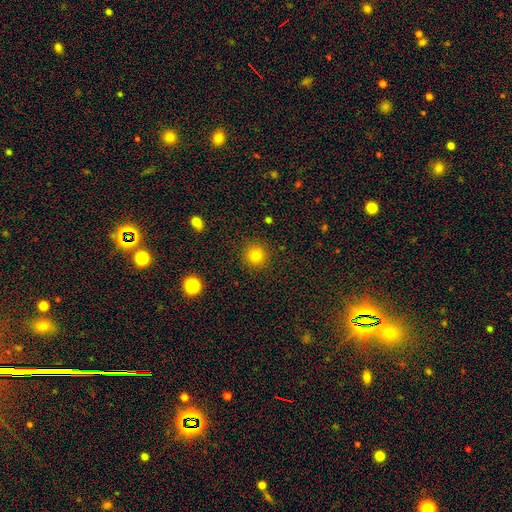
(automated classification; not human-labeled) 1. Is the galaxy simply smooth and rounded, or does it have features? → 81% smooth, 13% star or artifact, 6% featured or disk.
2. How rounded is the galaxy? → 94% round, 5% in between, 1% cigar-shaped.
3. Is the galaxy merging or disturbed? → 91% none, 6% minor disturbance, 2% major disturbance, 1% merger.